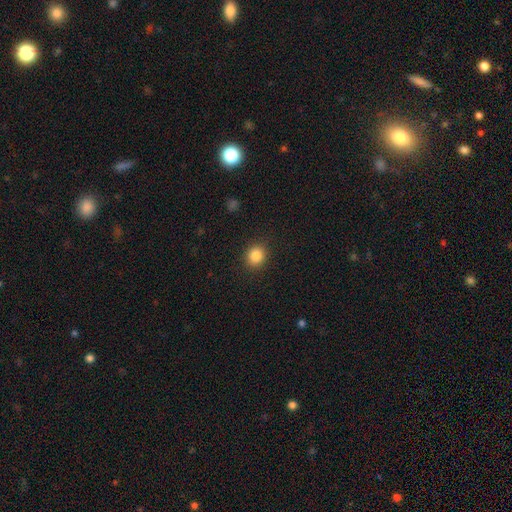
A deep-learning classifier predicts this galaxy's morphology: type=smooth (85%); roundness=round (79%); merging=none (90%).